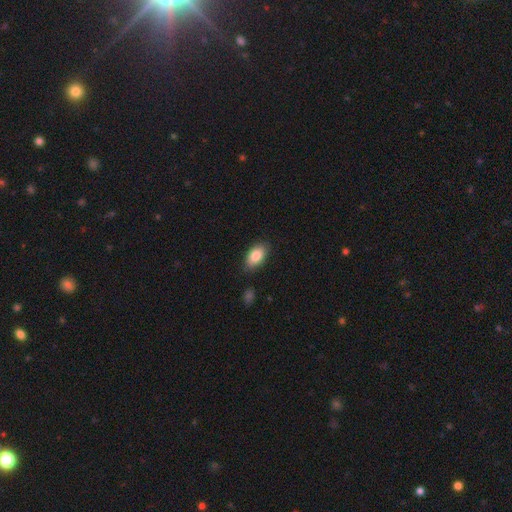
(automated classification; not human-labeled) smooth_or_featured: smooth (p=0.87) [alt: star or artifact p=0.07]
how_rounded: in between (p=0.93) [alt: round p=0.05]
merging: none (p=0.83) [alt: minor disturbance p=0.13]